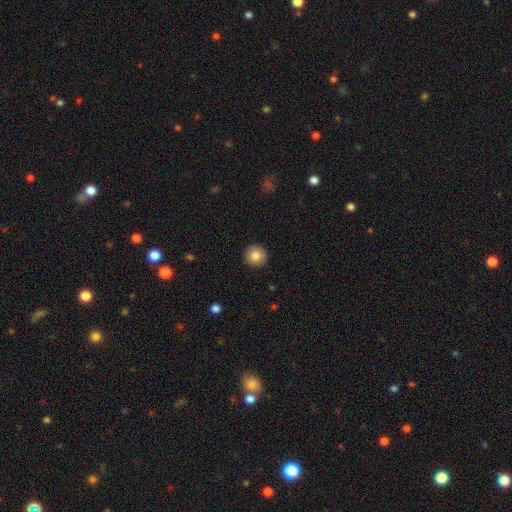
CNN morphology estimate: Smooth or featured?
  - smooth: 83% *
  - featured or disk: 9%
  - star or artifact: 8%
How rounded?
  - round: 95% *
  - in between: 5%
  - cigar-shaped: 1%
Merging?
  - none: 92% *
  - minor disturbance: 5%
  - major disturbance: 2%
  - merger: 1%